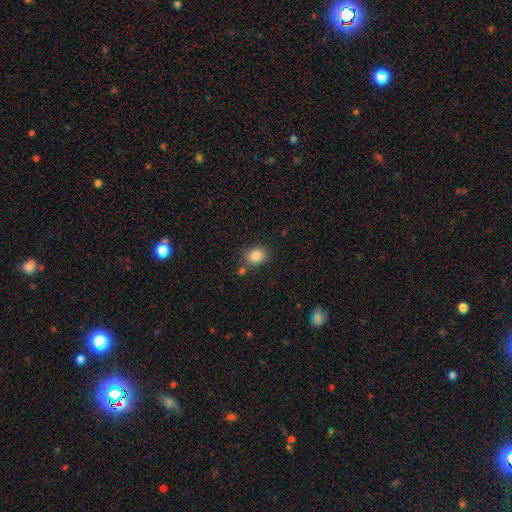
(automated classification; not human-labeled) smooth 86%, star or artifact 9%, featured or disk 5%. Down the decision tree: how rounded — in between (52%); merging — none (76%).